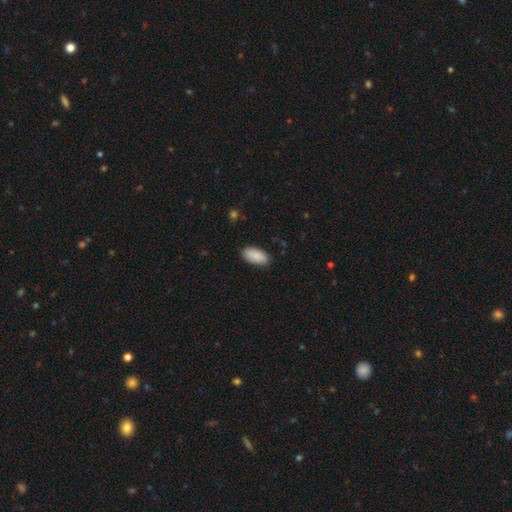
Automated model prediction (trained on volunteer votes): Morphology: type=smooth (90%); roundness=in between (94%); merging=none (86%).